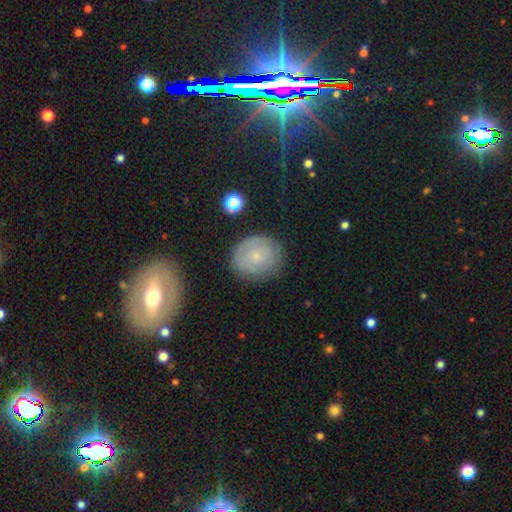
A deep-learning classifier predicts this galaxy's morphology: Q: Smooth or featured?
A: featured or disk (45%); tied with: smooth (45%)
Q: Merging?
A: none (79%); runner-up: minor disturbance (14%)